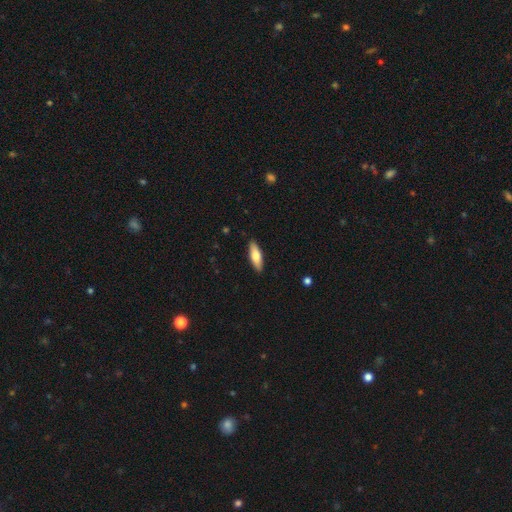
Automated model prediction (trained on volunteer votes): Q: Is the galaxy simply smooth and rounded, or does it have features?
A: smooth — 73%.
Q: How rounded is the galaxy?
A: in between — 56%.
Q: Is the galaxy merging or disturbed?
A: none — 89%.